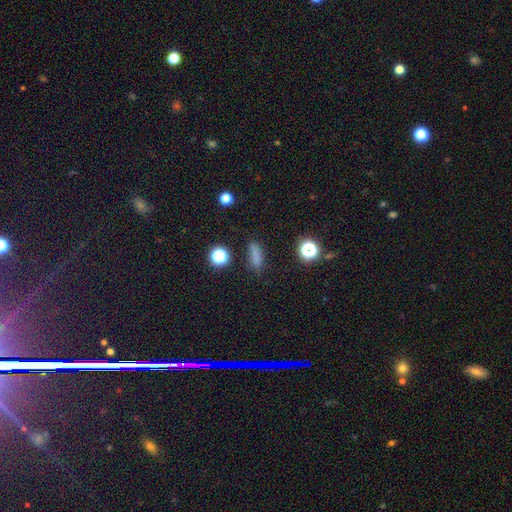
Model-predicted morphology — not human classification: Smooth or featured: smooth — 72% (star or artifact — 19%)
How rounded: in between — 54% (cigar-shaped — 35%)
Merging: none — 70% (minor disturbance — 18%)